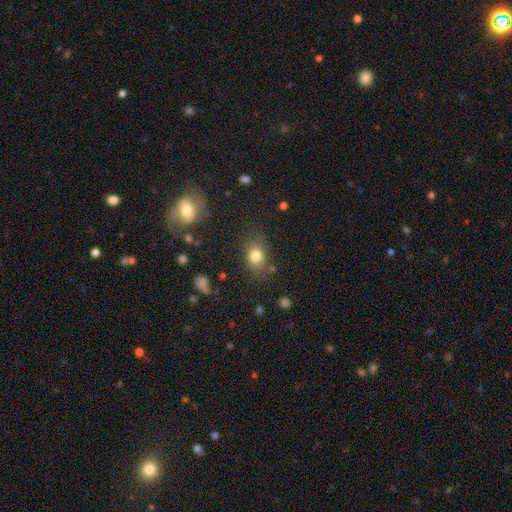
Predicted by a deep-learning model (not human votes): smooth_or_featured: smooth (p=0.79) [alt: star or artifact p=0.12]
how_rounded: in between (p=0.59) [alt: round p=0.40]
merging: none (p=0.76) [alt: minor disturbance p=0.15]